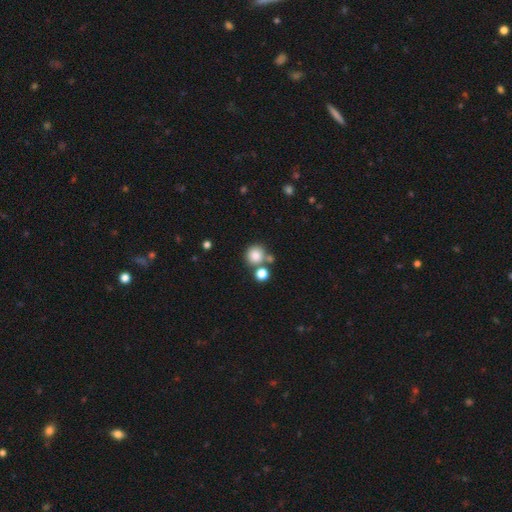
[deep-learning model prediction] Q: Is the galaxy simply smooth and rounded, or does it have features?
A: smooth — 81%.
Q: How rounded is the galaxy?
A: round — 91%.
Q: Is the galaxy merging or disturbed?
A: none — 66%.